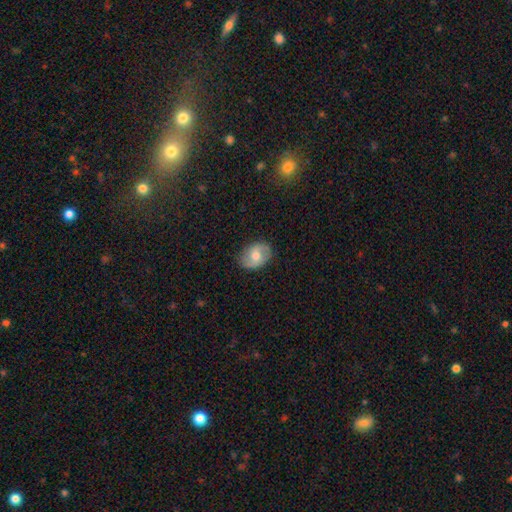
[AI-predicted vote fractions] Morphology: type=featured or disk (47%); merging=none (82%).